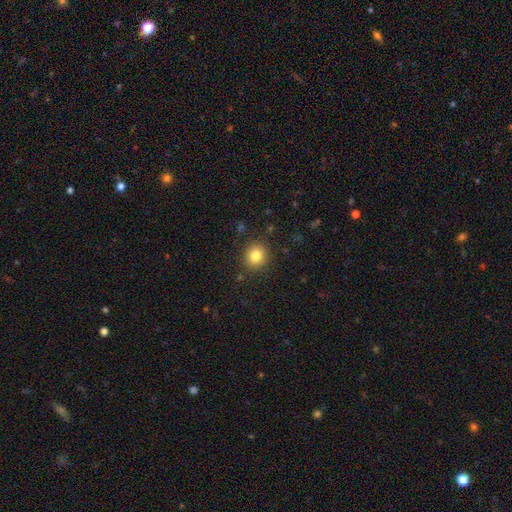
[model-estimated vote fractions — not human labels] smooth-or-featured: smooth: 81% | star or artifact: 12% | featured or disk: 7%
  how-rounded: round: 85% | in between: 14% | cigar-shaped: 1%
  merging: none: 89% | minor disturbance: 7% | major disturbance: 3% | merger: 1%